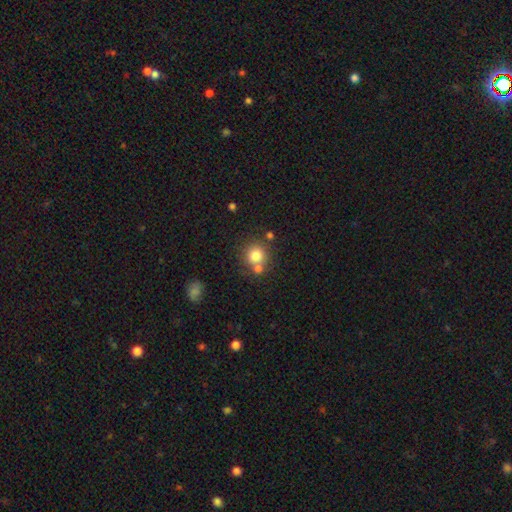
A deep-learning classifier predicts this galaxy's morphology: smooth-or-featured: smooth: 79% | star or artifact: 12% | featured or disk: 9%
  how-rounded: round: 90% | in between: 9% | cigar-shaped: 1%
  merging: none: 64% | merger: 23% | minor disturbance: 9% | major disturbance: 3%